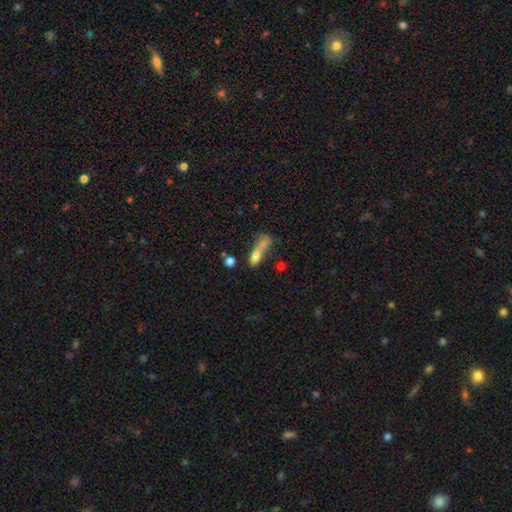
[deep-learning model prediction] Q: Smooth or featured?
A: smooth (65%); runner-up: featured or disk (22%)
Q: How rounded?
A: in between (53%); runner-up: cigar-shaped (35%)
Q: Merging?
A: merger (45%); runner-up: none (27%)